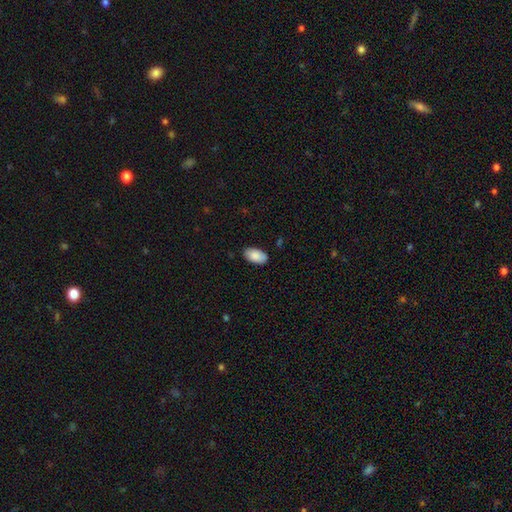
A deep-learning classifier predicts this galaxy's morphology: Overall: smooth (89%). How rounded: in between (95%). Merging: none (85%).